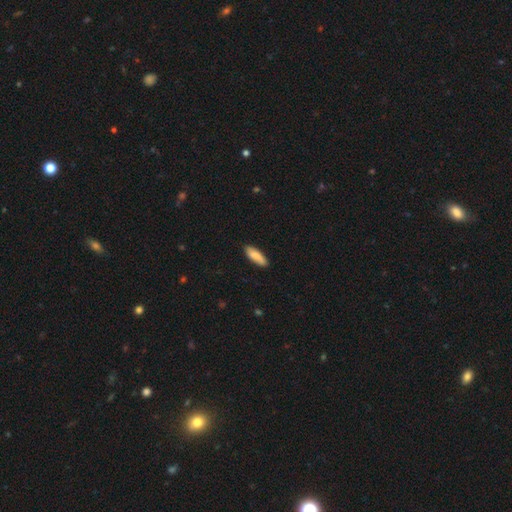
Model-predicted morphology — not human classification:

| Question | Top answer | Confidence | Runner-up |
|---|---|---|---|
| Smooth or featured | smooth | 83% | featured or disk (12%) |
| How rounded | in between | 54% | cigar-shaped (44%) |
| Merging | none | 86% | minor disturbance (11%) |